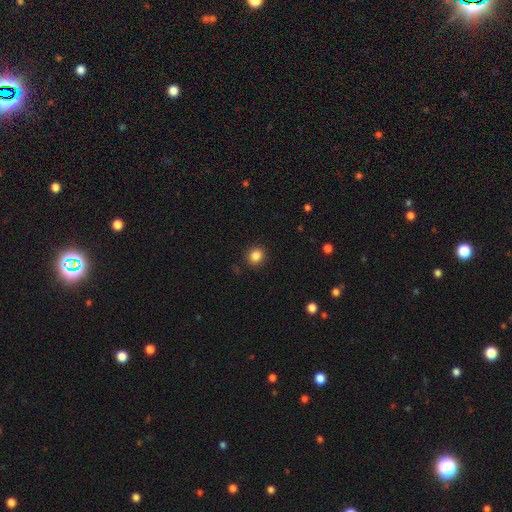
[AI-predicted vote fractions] Smooth or featured? Predicted: smooth (p=0.86). How rounded? Predicted: round (p=0.77). Merging? Predicted: none (p=0.90).